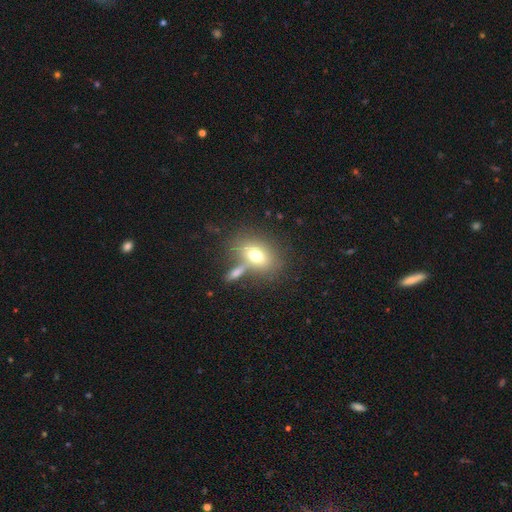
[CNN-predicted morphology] Smooth or featured?
  - smooth: 71% *
  - featured or disk: 19%
  - star or artifact: 10%
How rounded?
  - in between: 72% *
  - round: 25%
  - cigar-shaped: 3%
Merging?
  - none: 57% *
  - merger: 22%
  - minor disturbance: 14%
  - major disturbance: 7%